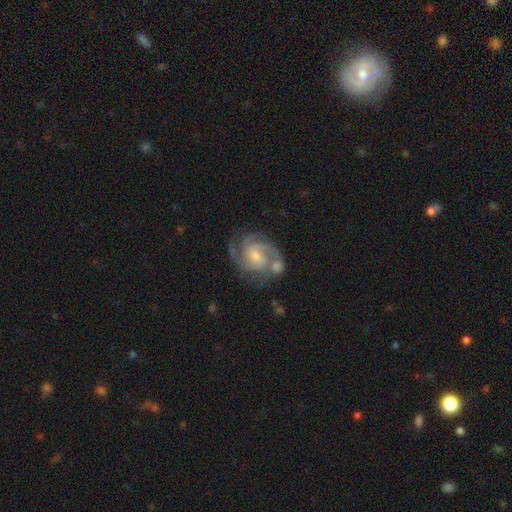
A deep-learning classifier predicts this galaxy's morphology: smooth-or-featured: featured or disk: 88% | smooth: 6% | star or artifact: 5%
  disk-edge-on: no: 98% | yes: 2%
    bar: no: 57% | weak: 35% | strong: 8%
    has-spiral-arms: yes: 98% | no: 2%
      spiral-winding: tight: 49% | medium: 43% | loose: 8%
      spiral-arm-count: 3: 43% | 2: 29% | can't tell: 11% | 4: 9% | 1: 4% | more than 4: 4%
    bulge-size: small: 59% | moderate: 35% | none: 3% | large: 2% | dominant: 1%
  merging: none: 60% | minor disturbance: 16% | merger: 15% | major disturbance: 9%